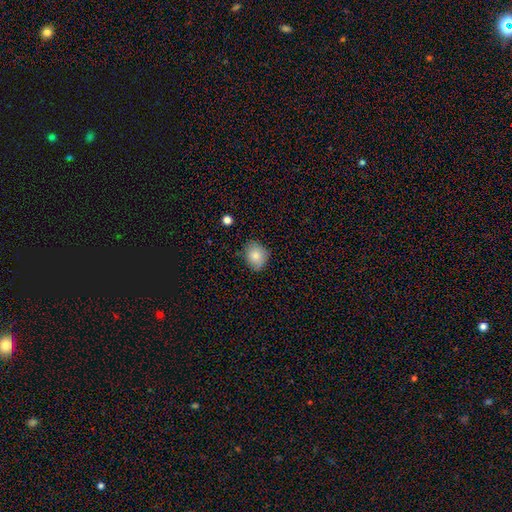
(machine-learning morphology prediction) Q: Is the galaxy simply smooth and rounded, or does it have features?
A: smooth — 83%.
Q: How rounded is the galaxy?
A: round — 62%.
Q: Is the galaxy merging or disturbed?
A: none — 71%.